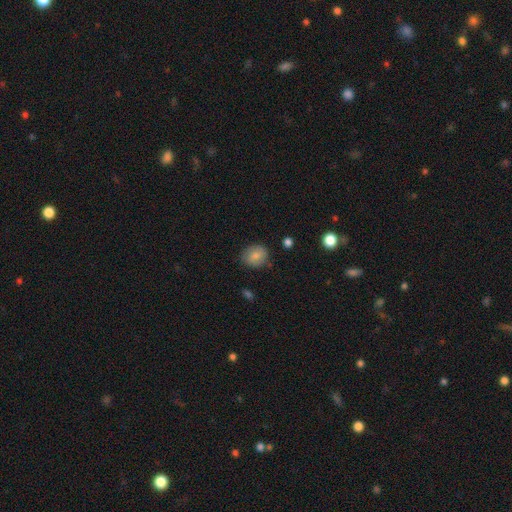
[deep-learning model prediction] A smooth galaxy with no disk features (81%) that is round (61%). Merging: none (80%).